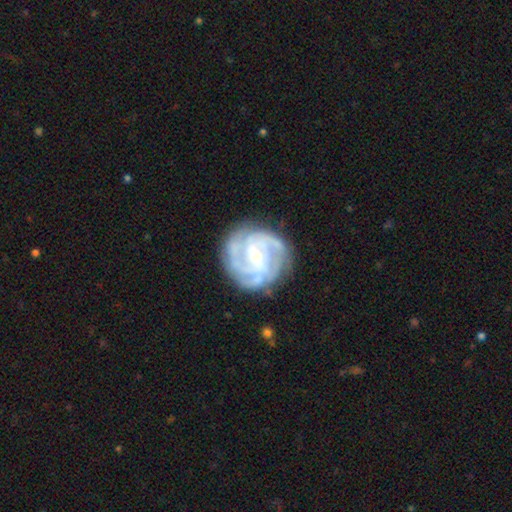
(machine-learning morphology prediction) The model was most divided on "spiral arm count": 3: 31%, 4: 23%, can't tell: 19%, 2: 14%, more than 4: 6%, 1: 6%. Remaining: edge-on disk — no (98%); spiral arms — yes (97%); smooth or featured — featured or disk (89%); merging — none (79%); spiral winding — tight (63%); bulge size — small (56%); bar — weak (47%).